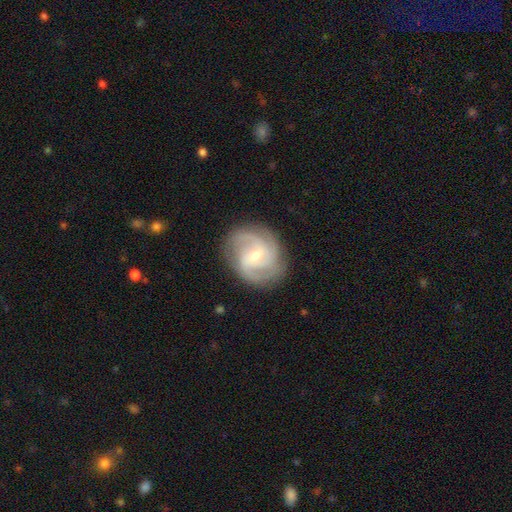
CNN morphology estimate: This appears to be a featured or disk galaxy (87%) with a weak bar (46%), 3 (47%) tight (47%) spiral arms (97%) and a small central bulge (50%). Merging: none (83%).